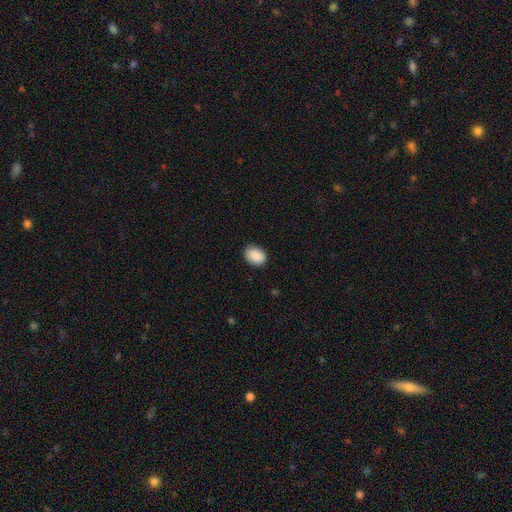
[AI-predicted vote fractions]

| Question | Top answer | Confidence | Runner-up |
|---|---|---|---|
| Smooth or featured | smooth | 90% | star or artifact (7%) |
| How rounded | in between | 69% | round (30%) |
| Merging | none | 85% | minor disturbance (12%) |